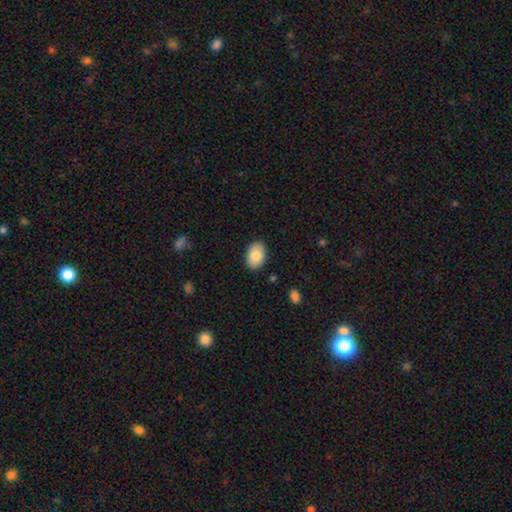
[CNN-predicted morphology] A smooth galaxy with no disk features (83%) that is in between round and cigar-shaped (87%). Merging: none (88%).